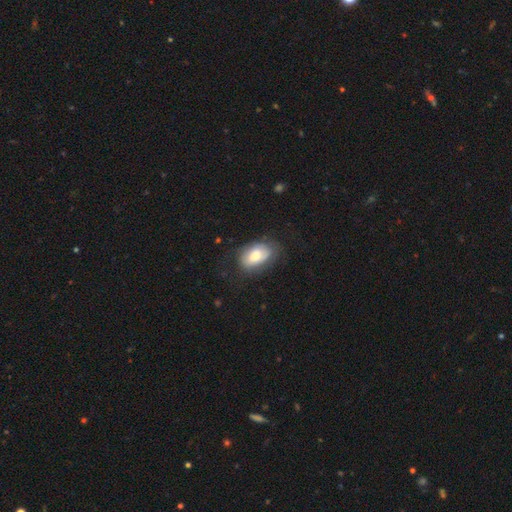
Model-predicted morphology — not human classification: This appears to be a smooth galaxy with no disk features (68%) that is in between round and cigar-shaped (91%). Merging: none (62%).